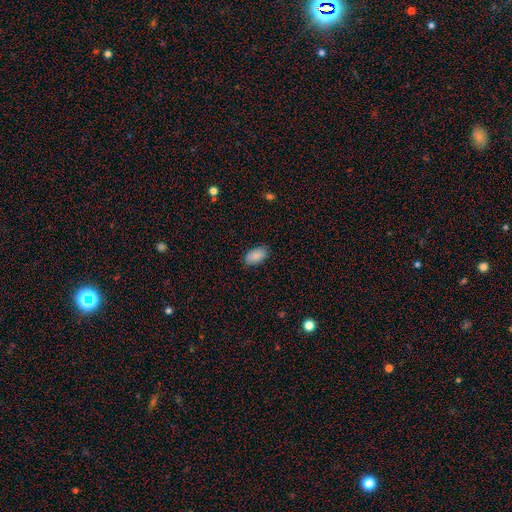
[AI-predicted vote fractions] smooth-or-featured: smooth: 89% | star or artifact: 7% | featured or disk: 5%
  how-rounded: in between: 94% | round: 4% | cigar-shaped: 2%
  merging: none: 85% | minor disturbance: 11% | major disturbance: 2% | merger: 1%